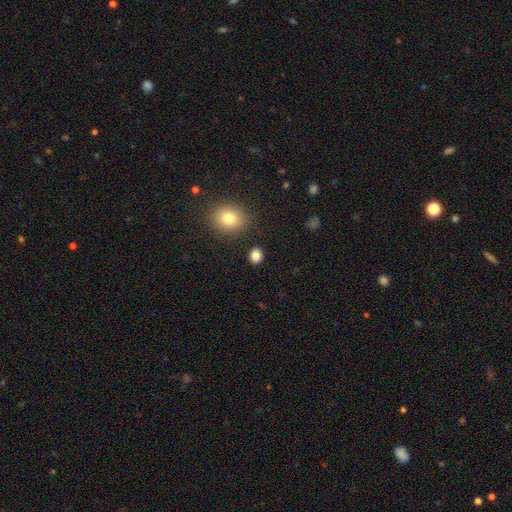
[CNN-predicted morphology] A smooth galaxy with no disk features (83%) that is round (65%).

Vote fractions:
- Smooth or featured? smooth: 83% / star or artifact: 11% / featured or disk: 5%
- How rounded? round: 65% / in between: 34% / cigar-shaped: 1%
- Merging? none: 88% / minor disturbance: 7% / major disturbance: 2% / merger: 2%